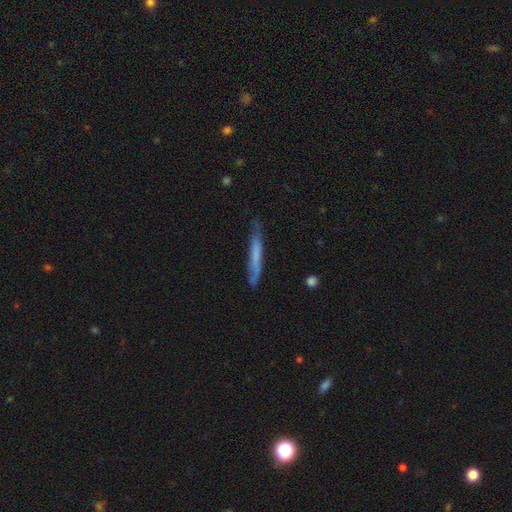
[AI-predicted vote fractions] Smooth or featured? Predicted: smooth (p=0.55). How rounded? Predicted: cigar-shaped (p=0.95). Merging? Predicted: none (p=0.73).